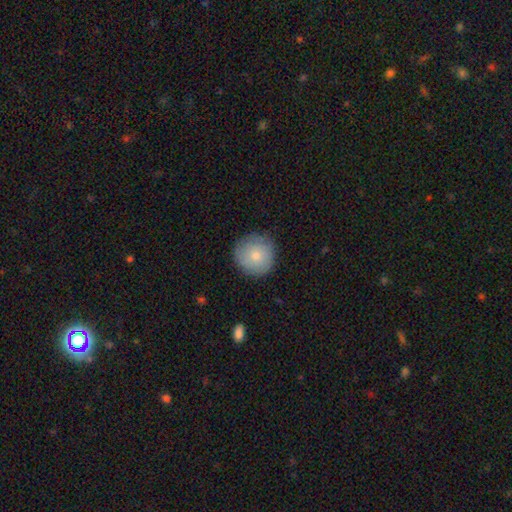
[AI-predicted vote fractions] Smooth or featured? Predicted: smooth (p=0.79). How rounded? Predicted: round (p=0.95). Merging? Predicted: none (p=0.84).